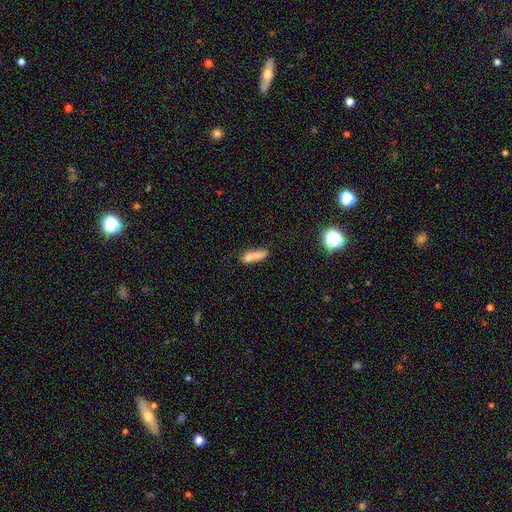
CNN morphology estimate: Overall: smooth (70%). How rounded: cigar-shaped (53%; in between 43%). Merging: none (46%; merger 27%).